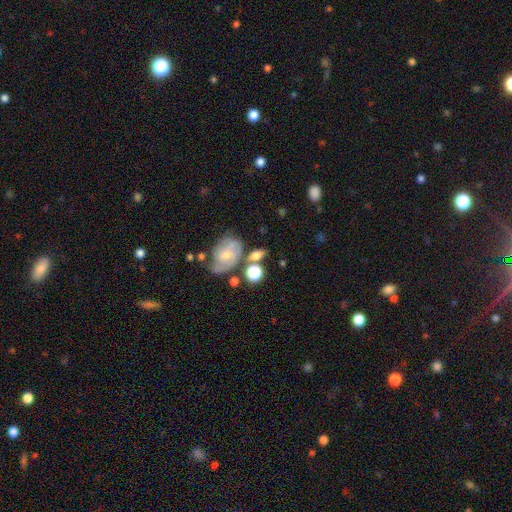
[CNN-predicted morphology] A smooth galaxy with no disk features (59%) that is in between round and cigar-shaped (59%).

Vote fractions:
- Smooth or featured? smooth: 59% / featured or disk: 29% / star or artifact: 12%
- How rounded? in between: 59% / round: 36% / cigar-shaped: 5%
- Merging? none: 53% / merger: 21% / minor disturbance: 18% / major disturbance: 8%